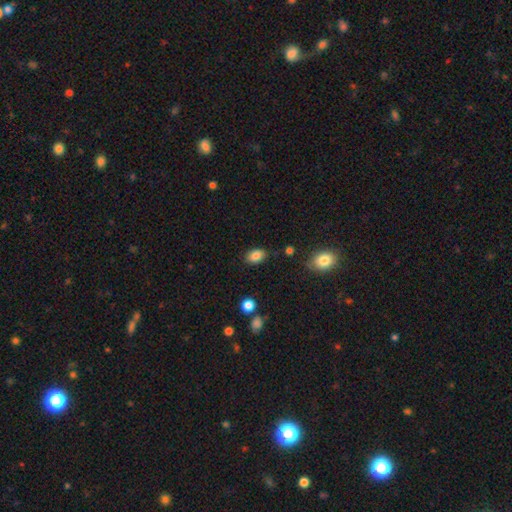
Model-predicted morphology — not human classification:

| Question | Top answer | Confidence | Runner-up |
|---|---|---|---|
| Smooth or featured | smooth | 85% | star or artifact (9%) |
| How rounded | in between | 81% | round (17%) |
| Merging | none | 82% | minor disturbance (13%) |